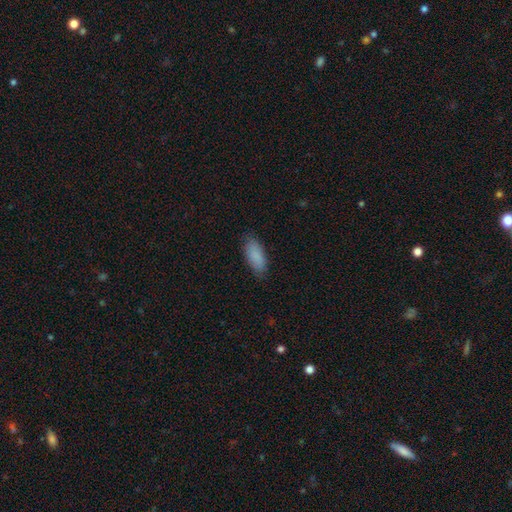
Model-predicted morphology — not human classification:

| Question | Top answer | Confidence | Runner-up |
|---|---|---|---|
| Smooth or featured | smooth | 88% | star or artifact (6%) |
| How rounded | in between | 81% | cigar-shaped (18%) |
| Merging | none | 82% | minor disturbance (14%) |